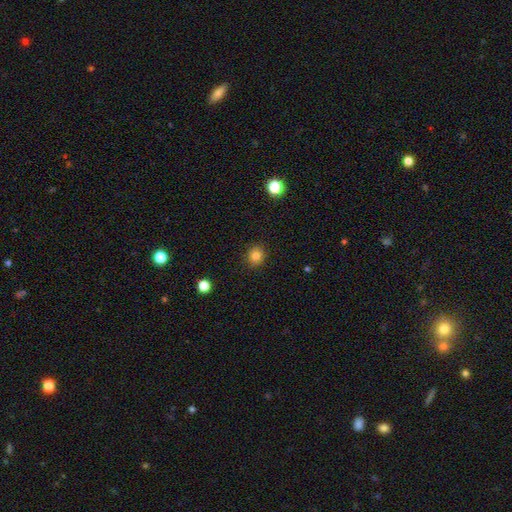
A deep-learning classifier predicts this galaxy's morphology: type=smooth (82%); roundness=round (81%); merging=none (90%).